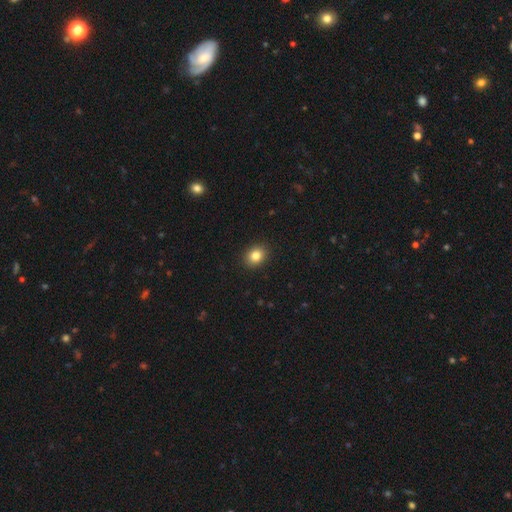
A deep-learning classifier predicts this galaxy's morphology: Q: Smooth or featured?
A: smooth (83%); runner-up: star or artifact (10%)
Q: How rounded?
A: round (51%); runner-up: in between (48%)
Q: Merging?
A: none (91%); runner-up: minor disturbance (6%)